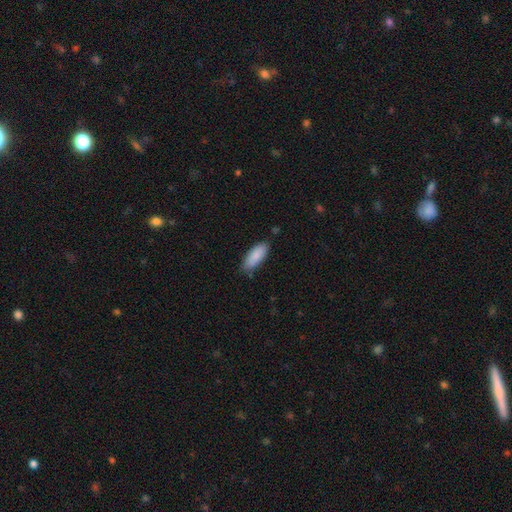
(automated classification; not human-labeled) This appears to be a smooth galaxy with no disk features (88%) that is in between round and cigar-shaped (75%). Merging: none (77%).